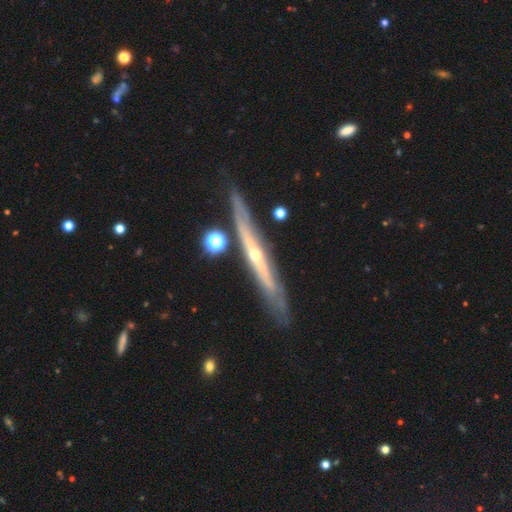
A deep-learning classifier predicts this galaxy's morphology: Smooth or featured? Predicted: featured or disk (p=0.81). Edge-on disk? Predicted: yes (p=0.88). Edge-on bulge? Predicted: rounded (p=0.75). Merging? Predicted: none (p=0.80).